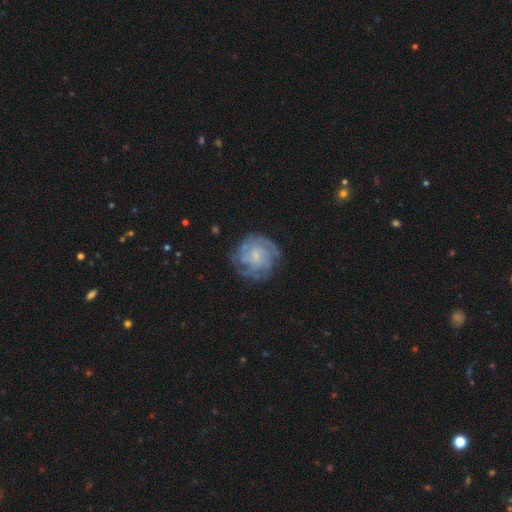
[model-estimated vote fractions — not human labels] This appears to be a featured or disk galaxy (73%) with no bar (63%), tight (60%) spiral arms (85%) and a small central bulge (60%). Merging: none (70%).